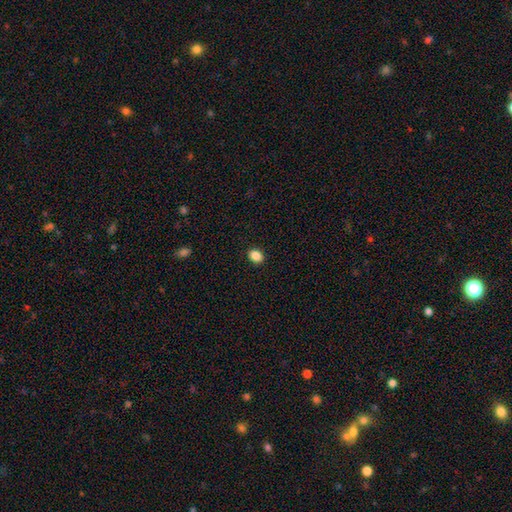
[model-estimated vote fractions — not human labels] Smooth or featured? Predicted: smooth (p=0.87). How rounded? Predicted: in between (p=0.58). Merging? Predicted: none (p=0.91).